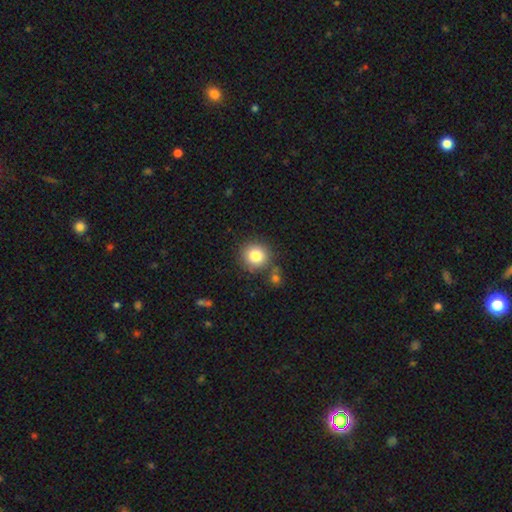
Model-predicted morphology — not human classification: smooth 82%, star or artifact 10%, featured or disk 8%. Down the decision tree: how rounded — round (92%); merging — none (79%).